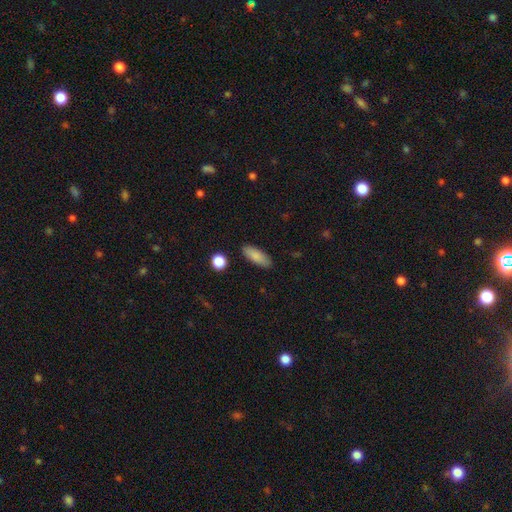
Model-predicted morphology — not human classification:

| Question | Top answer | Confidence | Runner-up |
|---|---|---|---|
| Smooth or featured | smooth | 86% | star or artifact (7%) |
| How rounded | in between | 71% | cigar-shaped (27%) |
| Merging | none | 87% | minor disturbance (9%) |